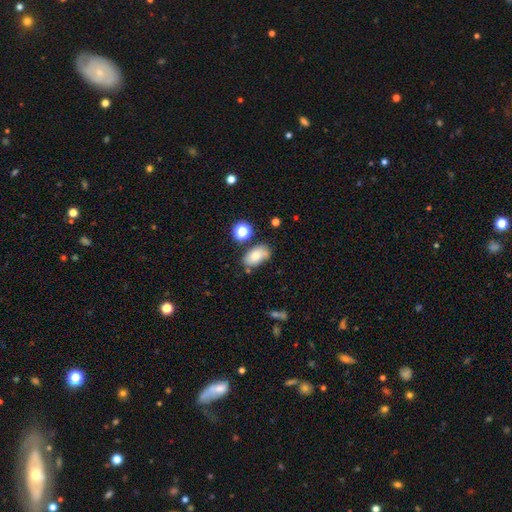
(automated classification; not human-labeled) This is likely a smooth galaxy (75%). How rounded: clearly in between (89%). Merging: likely none (64%).